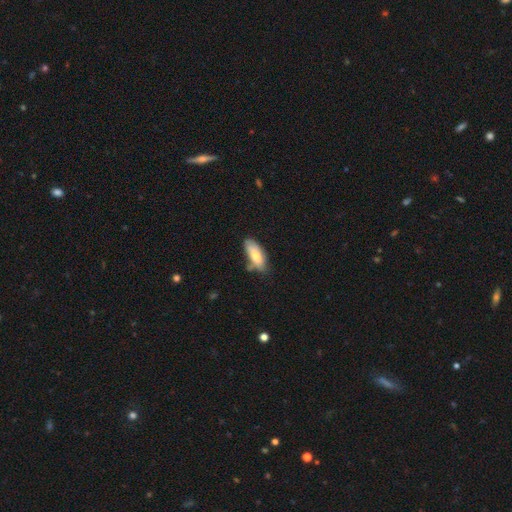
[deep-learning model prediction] Morphology: type=smooth (76%); roundness=in between (80%); merging=none (60%).